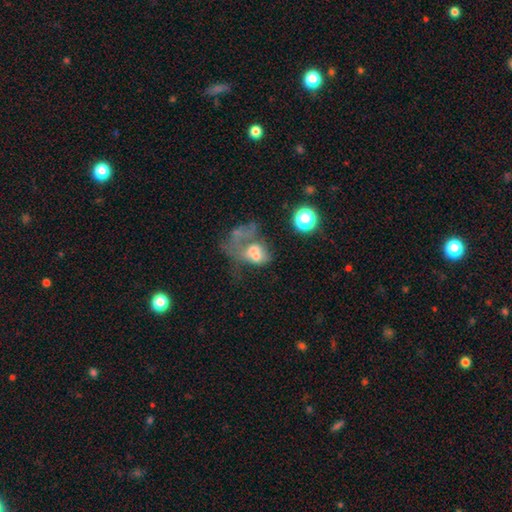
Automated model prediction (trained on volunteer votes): smooth-or-featured: featured or disk: 40% | smooth: 37% | star or artifact: 24%
  merging: major disturbance: 35% | merger: 34% | none: 20% | minor disturbance: 11%